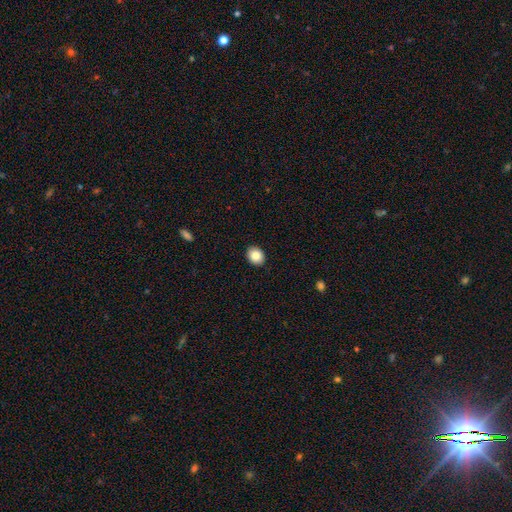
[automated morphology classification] This appears to be a smooth galaxy with no disk features (85%) that is in between round and cigar-shaped (51%). Merging: none (90%).